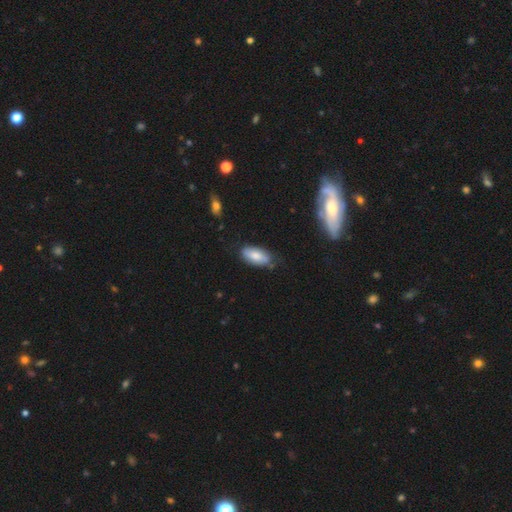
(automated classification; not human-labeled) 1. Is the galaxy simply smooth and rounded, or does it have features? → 77% smooth, 17% featured or disk, 6% star or artifact.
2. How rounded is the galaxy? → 90% in between, 8% cigar-shaped, 2% round.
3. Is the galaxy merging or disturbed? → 69% none, 24% minor disturbance, 5% major disturbance, 3% merger.